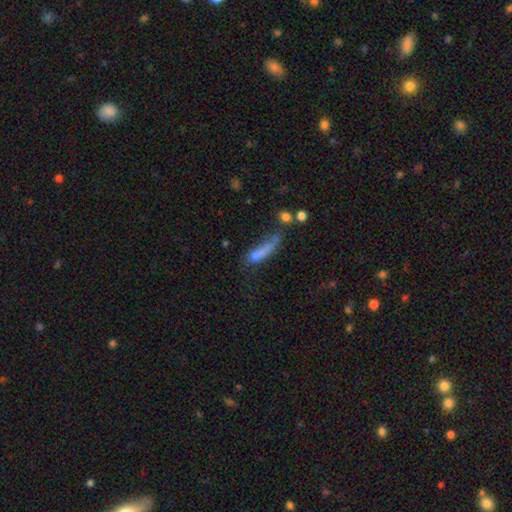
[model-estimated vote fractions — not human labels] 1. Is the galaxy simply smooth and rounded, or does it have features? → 67% smooth, 22% featured or disk, 11% star or artifact.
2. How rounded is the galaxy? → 70% cigar-shaped, 26% in between, 4% round.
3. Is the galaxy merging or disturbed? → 33% major disturbance, 30% none, 23% minor disturbance, 14% merger.